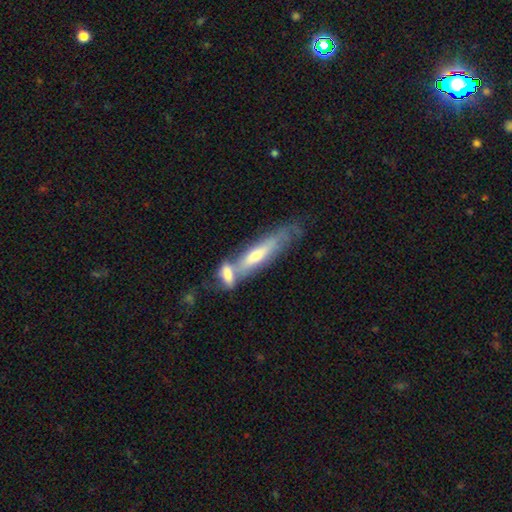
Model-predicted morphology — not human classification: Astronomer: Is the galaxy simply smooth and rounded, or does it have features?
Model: featured or disk — 58% (runner-up: smooth, 34%).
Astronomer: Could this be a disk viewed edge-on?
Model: yes — 61% (runner-up: no, 39%).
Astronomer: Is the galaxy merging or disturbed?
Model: merger — 45% (runner-up: none, 32%).